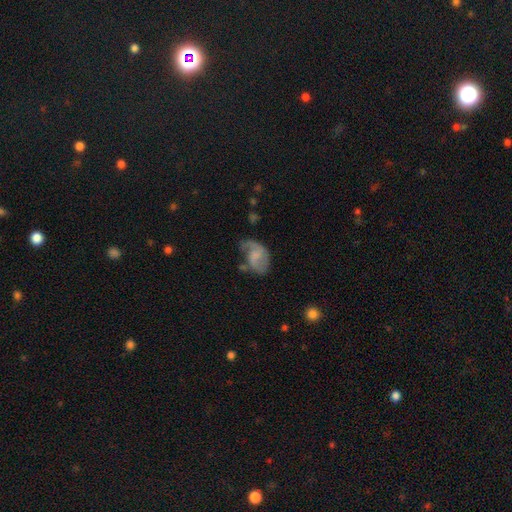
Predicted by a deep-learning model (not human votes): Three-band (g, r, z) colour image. It shows a featured or disk galaxy (61%) with no bar (50%), spiral arms (84%) and no central bulge (44%). Merging: none (41%).